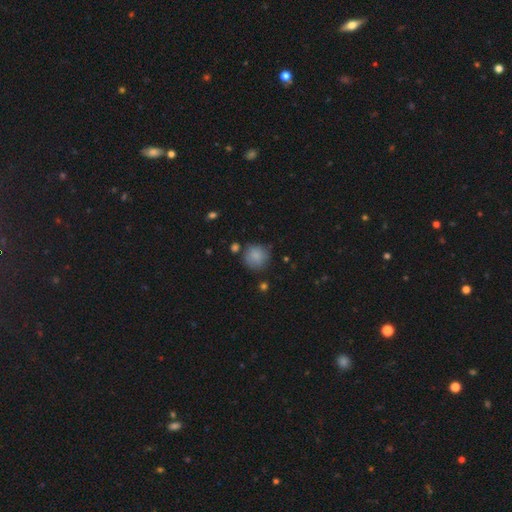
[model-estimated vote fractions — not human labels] Smooth or featured? Predicted: smooth (p=0.82). How rounded? Predicted: round (p=0.89). Merging? Predicted: none (p=0.69).